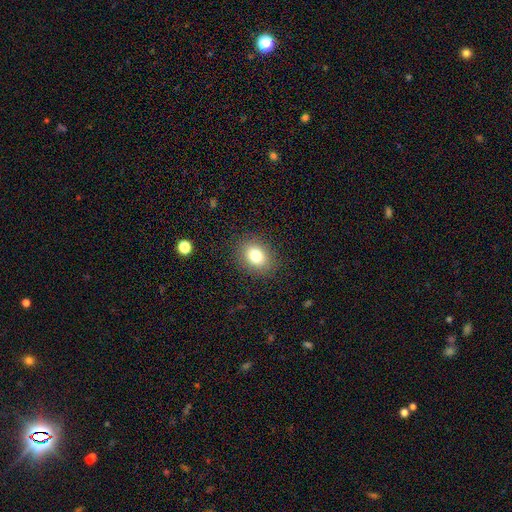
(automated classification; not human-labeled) Smooth or featured? Predicted: smooth (p=0.79). How rounded? Predicted: in between (p=0.52). Merging? Predicted: none (p=0.87).